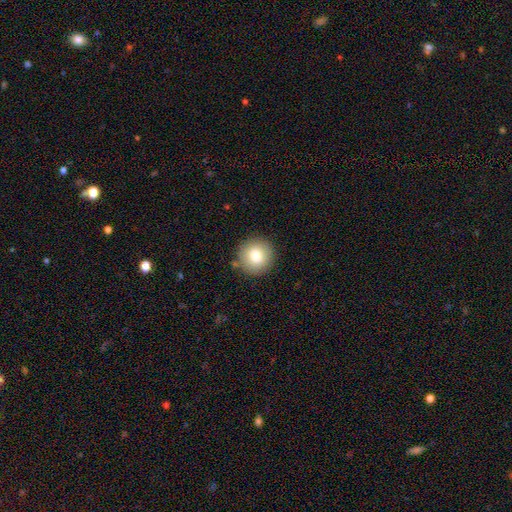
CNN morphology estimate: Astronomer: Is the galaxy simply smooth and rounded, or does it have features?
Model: smooth — 78%.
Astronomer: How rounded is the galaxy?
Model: round — 94%.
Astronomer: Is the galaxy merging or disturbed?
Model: none — 86%.